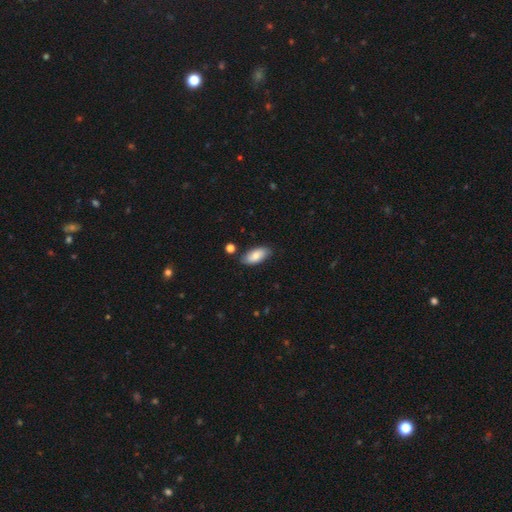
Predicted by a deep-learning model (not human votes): Smooth or featured? smooth (76%)
How rounded? in between (91%)
Merging? none (81%)